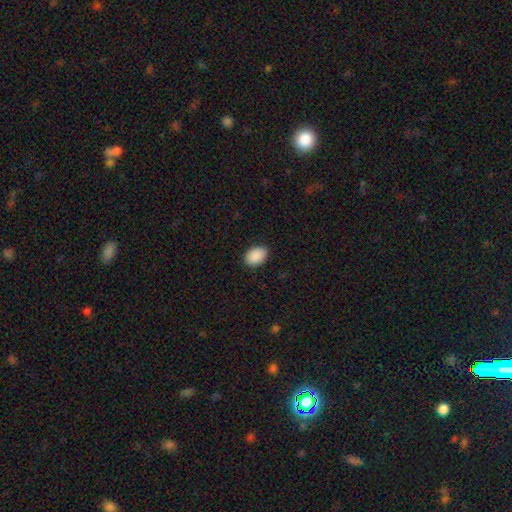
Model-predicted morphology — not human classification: Smooth or featured? Predicted: smooth (p=0.91). How rounded? Predicted: in between (p=0.83). Merging? Predicted: none (p=0.88).